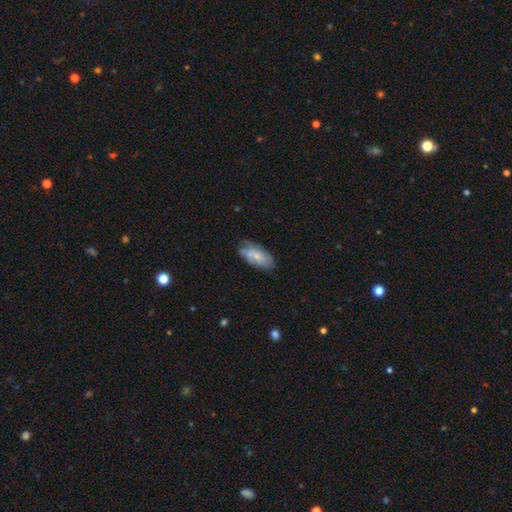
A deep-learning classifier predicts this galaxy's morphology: smooth_or_featured: smooth (p=0.62) [alt: featured or disk p=0.31]
how_rounded: in between (p=0.89) [alt: cigar-shaped p=0.08]
merging: none (p=0.58) [alt: minor disturbance p=0.28]